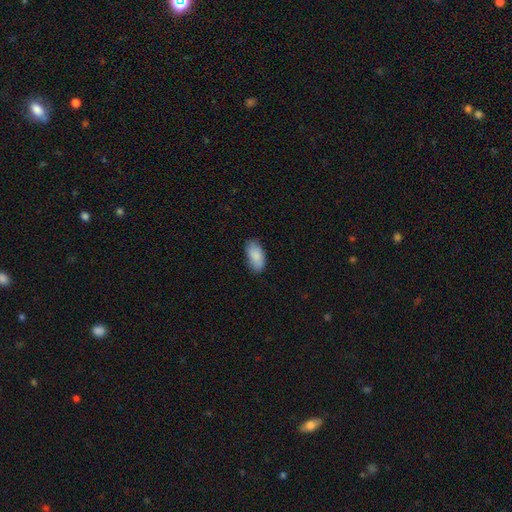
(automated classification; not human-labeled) Q: Smooth or featured?
A: smooth (87%); runner-up: featured or disk (7%)
Q: How rounded?
A: in between (93%); runner-up: cigar-shaped (4%)
Q: Merging?
A: none (78%); runner-up: minor disturbance (18%)